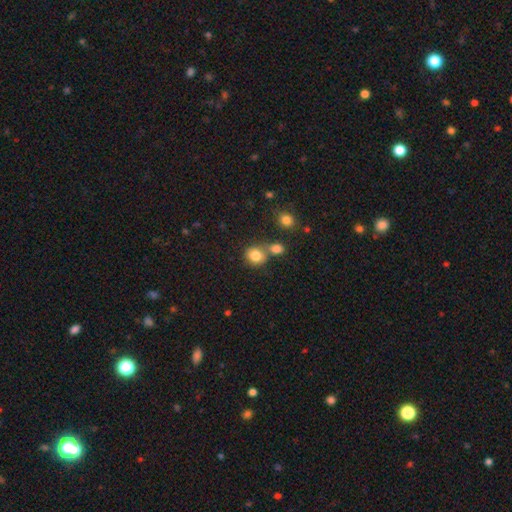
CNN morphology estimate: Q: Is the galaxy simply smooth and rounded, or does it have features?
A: smooth — 82%.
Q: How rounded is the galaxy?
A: round — 76%.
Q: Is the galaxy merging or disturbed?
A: none — 55%.